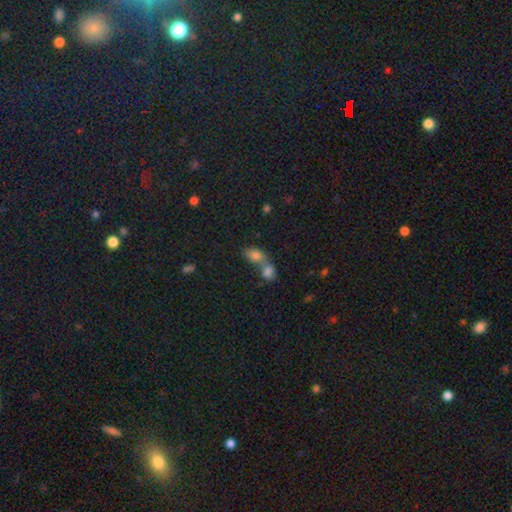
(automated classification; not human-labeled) The model was most divided on "how rounded": in between: 74%, round: 24%, cigar-shaped: 2%. More confident: smooth or featured — smooth (76%); merging — merger (71%).